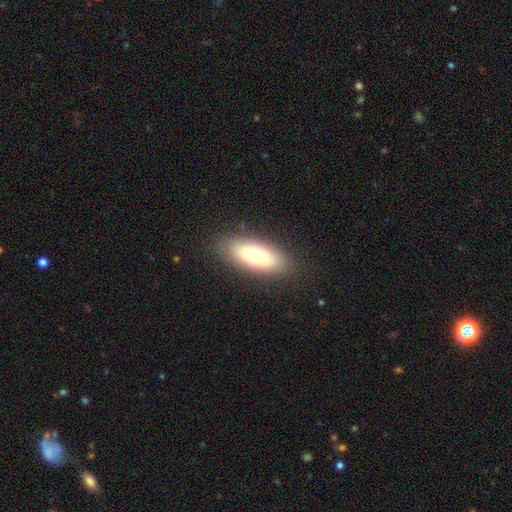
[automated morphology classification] This appears to be a smooth galaxy with no disk features (70%) that is in between round and cigar-shaped (79%). Merging: none (86%).